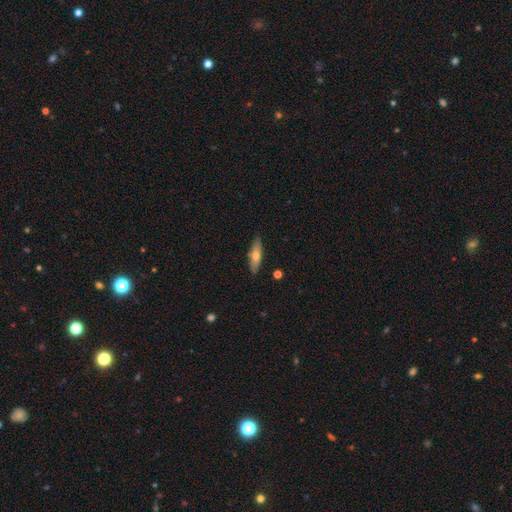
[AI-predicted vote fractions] smooth_or_featured: smooth (p=0.60) [alt: featured or disk p=0.34]
how_rounded: cigar-shaped (p=0.59) [alt: in between p=0.39]
merging: none (p=0.86) [alt: minor disturbance p=0.10]